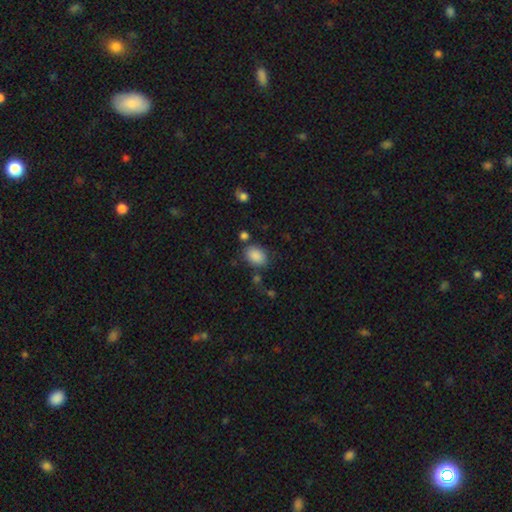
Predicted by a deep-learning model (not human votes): Q: Smooth or featured?
A: smooth (87%); runner-up: star or artifact (8%)
Q: How rounded?
A: in between (72%); runner-up: round (27%)
Q: Merging?
A: none (73%); runner-up: minor disturbance (16%)